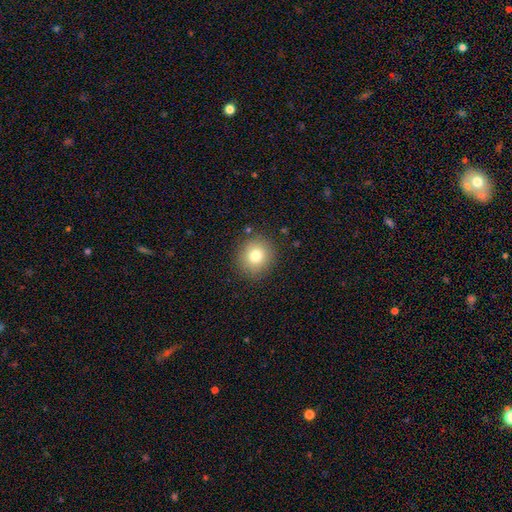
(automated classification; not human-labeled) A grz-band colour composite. It shows a smooth galaxy with no disk features (78%) that is round (88%). Merging: none (87%).